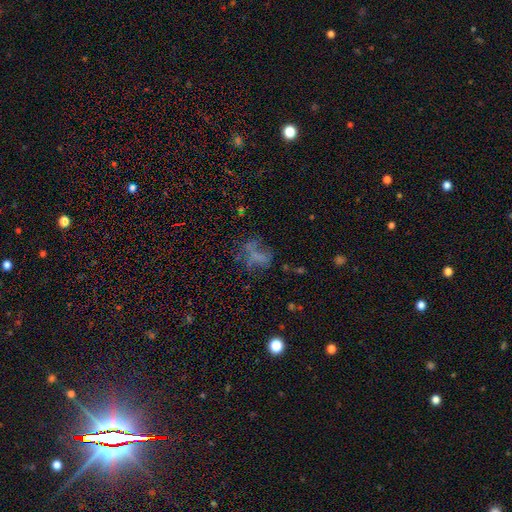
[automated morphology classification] A smooth galaxy with no disk features (42%).

Vote fractions:
- Smooth or featured? smooth: 42% / featured or disk: 32% / star or artifact: 26%
- Merging? none: 41% / major disturbance: 31% / minor disturbance: 19% / merger: 8%